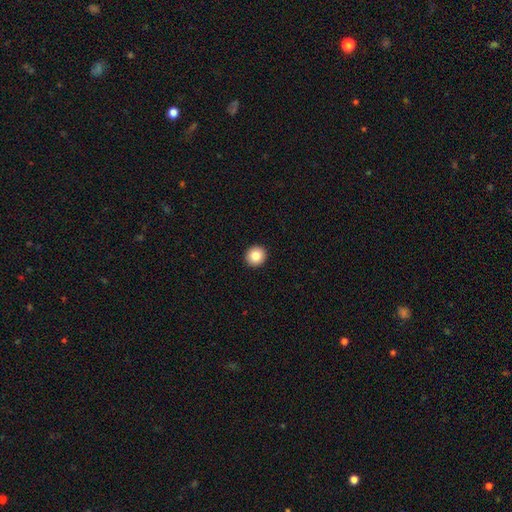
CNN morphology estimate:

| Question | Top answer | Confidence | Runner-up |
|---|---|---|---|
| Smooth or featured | smooth | 84% | star or artifact (9%) |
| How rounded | round | 93% | in between (6%) |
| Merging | none | 94% | minor disturbance (4%) |